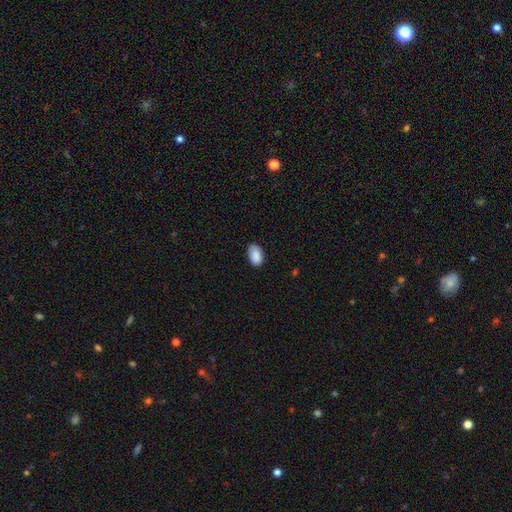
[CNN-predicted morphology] smooth_or_featured: smooth (p=0.89) [alt: star or artifact p=0.07]
how_rounded: in between (p=0.92) [alt: round p=0.06]
merging: none (p=0.75) [alt: minor disturbance p=0.21]